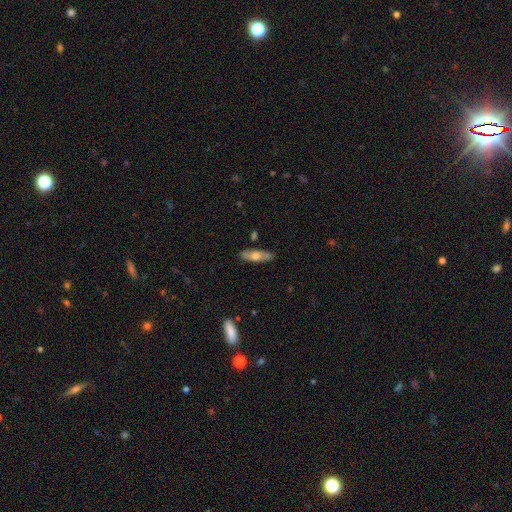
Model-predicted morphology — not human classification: Smooth or featured: smooth — 58% (featured or disk — 36%)
How rounded: in between — 51% (cigar-shaped — 47%)
Merging: none — 85% (minor disturbance — 10%)